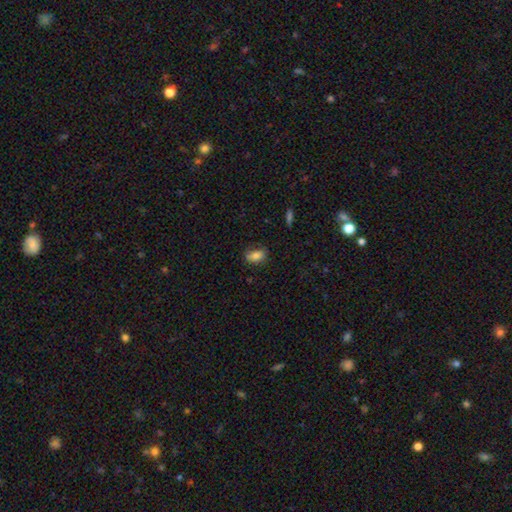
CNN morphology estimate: smooth 80%, featured or disk 11%, star or artifact 9%. Down the decision tree: how rounded — in between (86%); merging — none (69%).